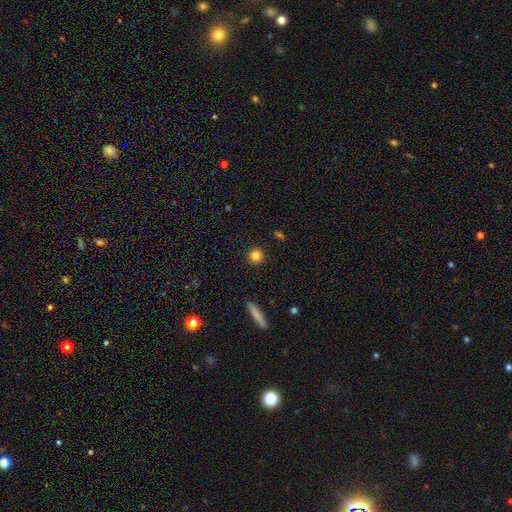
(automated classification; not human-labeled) This is clearly a smooth galaxy (83%). How rounded: clearly round (91%). Merging: clearly none (92%).